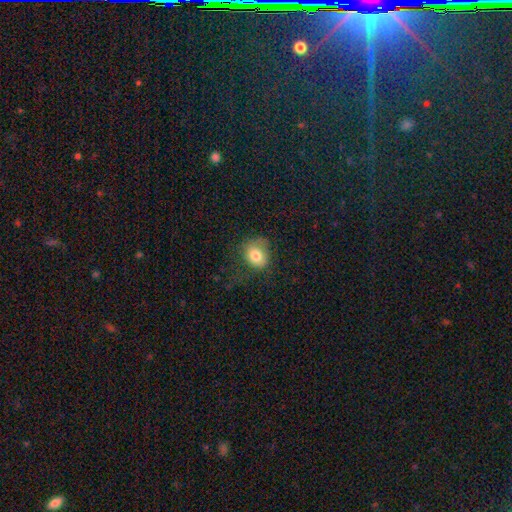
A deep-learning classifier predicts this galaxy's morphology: The model was most divided on "how rounded": round: 62%, in between: 38%, cigar-shaped: 1%. More confident: smooth or featured — smooth (79%); merging — none (58%).